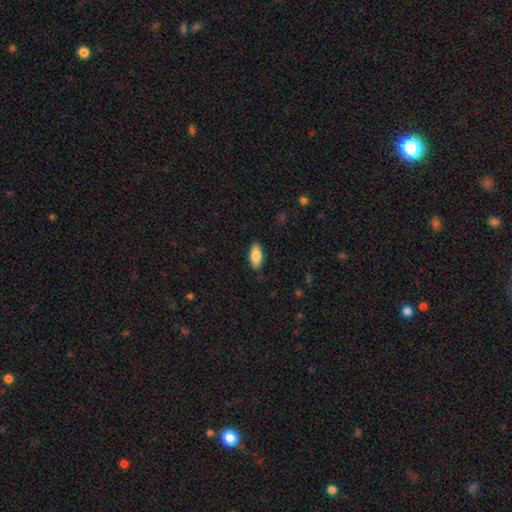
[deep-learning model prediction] Smooth or featured? Predicted: smooth (p=0.84). How rounded? Predicted: in between (p=0.86). Merging? Predicted: none (p=0.87).